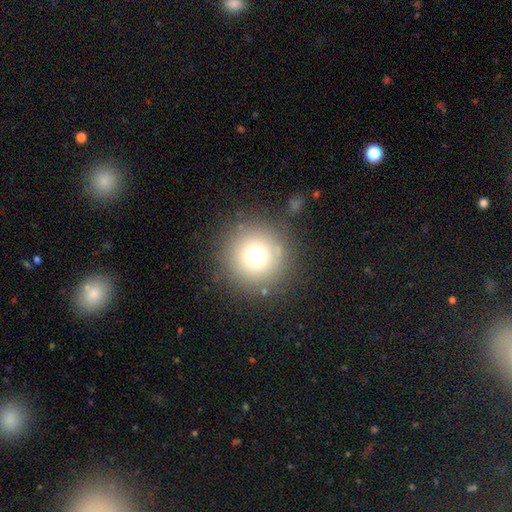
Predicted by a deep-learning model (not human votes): Smooth or featured?
  - smooth: 72% *
  - star or artifact: 17%
  - featured or disk: 11%
How rounded?
  - round: 96% *
  - in between: 3%
  - cigar-shaped: 1%
Merging?
  - none: 86% *
  - minor disturbance: 8%
  - major disturbance: 4%
  - merger: 2%